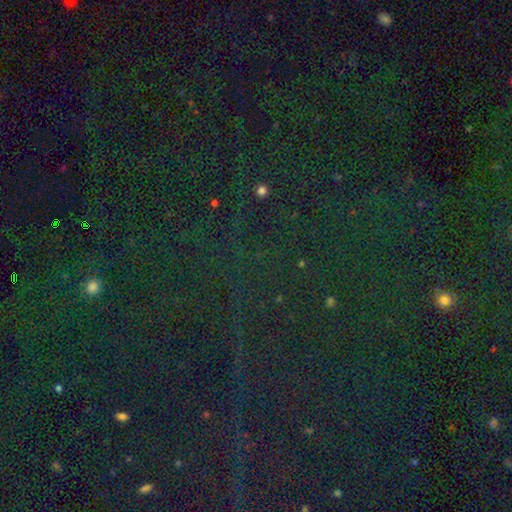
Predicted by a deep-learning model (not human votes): This appears to be a star or artifact, not a galaxy (80%).